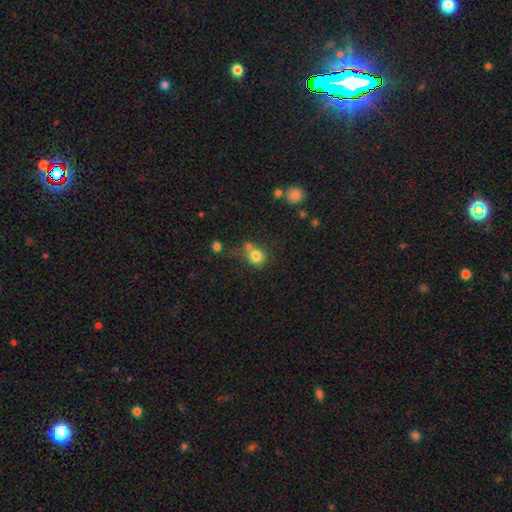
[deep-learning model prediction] smooth 79%, star or artifact 12%, featured or disk 9%. Down the decision tree: how rounded — round (81%); merging — none (49%).